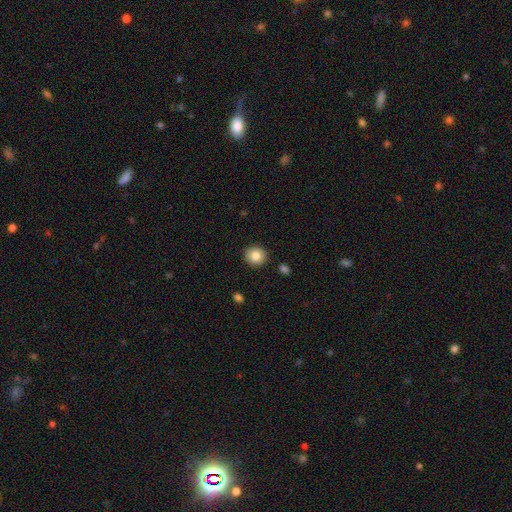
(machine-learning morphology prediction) This appears to be a smooth galaxy with no disk features (85%) that is round (89%). Merging: none (91%).